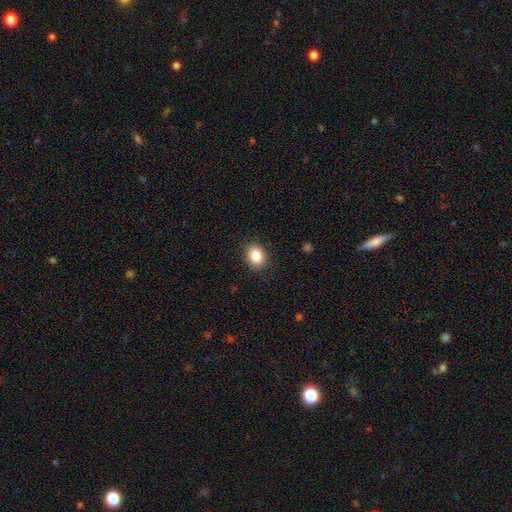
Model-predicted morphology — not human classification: type=smooth (85%); roundness=in between (58%); merging=none (88%).